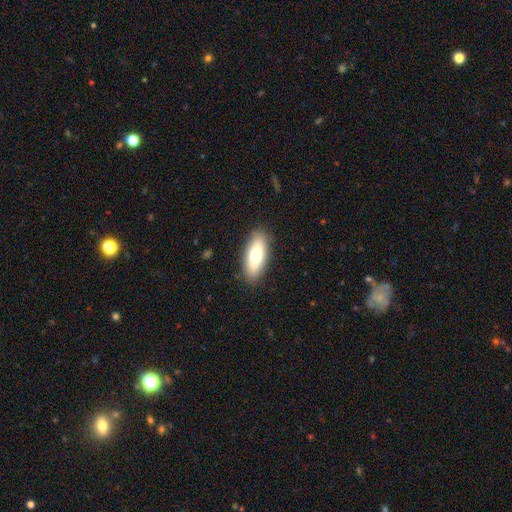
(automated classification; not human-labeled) smooth 73%, featured or disk 21%, star or artifact 6%. Down the decision tree: how rounded — in between (76%); merging — none (87%).